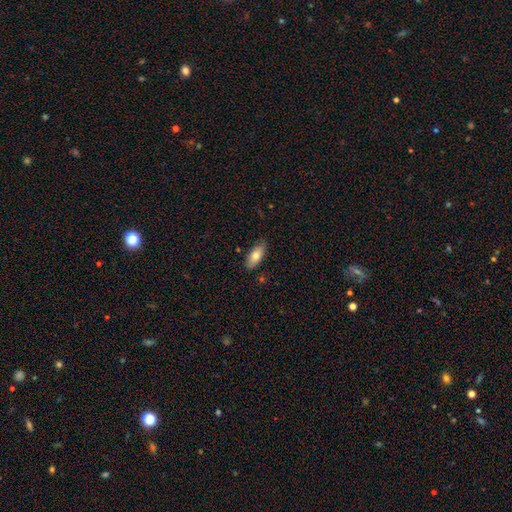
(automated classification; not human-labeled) A smooth galaxy with no disk features (74%) that is in between round and cigar-shaped (83%). Merging: none (82%).